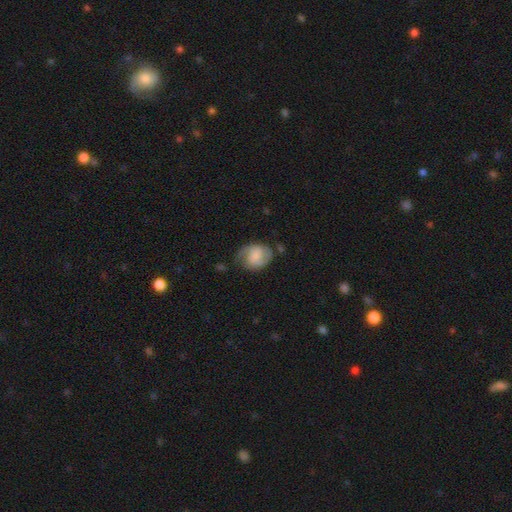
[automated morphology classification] This is possibly a featured or disk galaxy (59%). It is clearly not viewed edge-on (98%). Bar: possibly no (51%). Spiral arm pattern: clearly yes (91%). Spiral arm count: clearly 2 (82%). Spiral winding: possibly medium (47%). Central bulge: marginally none (35%). Merging: possibly none (59%).